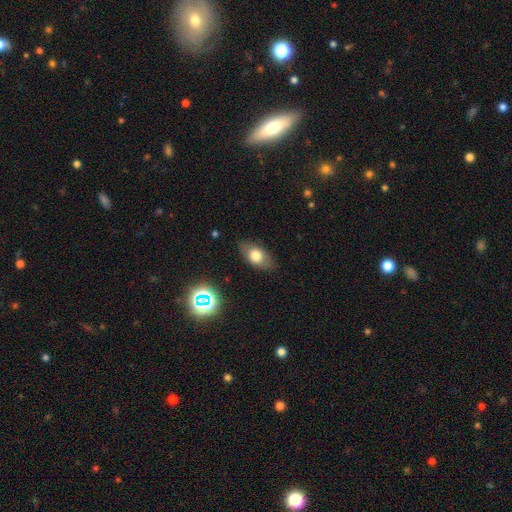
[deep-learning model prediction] smooth_or_featured: smooth (p=0.69) [alt: featured or disk p=0.20]
how_rounded: in between (p=0.86) [alt: round p=0.10]
merging: none (p=0.81) [alt: minor disturbance p=0.14]